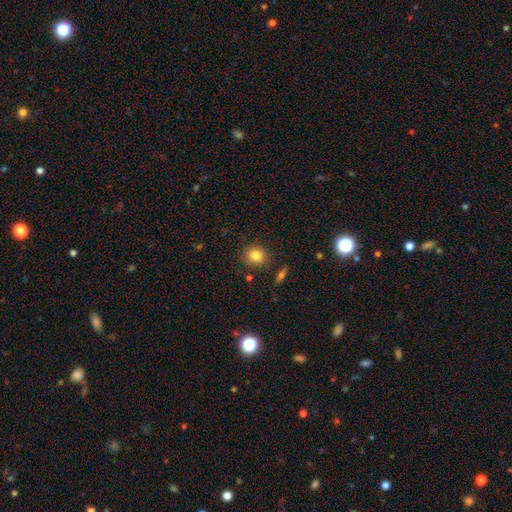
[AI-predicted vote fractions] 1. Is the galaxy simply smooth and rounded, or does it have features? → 82% smooth, 10% star or artifact, 8% featured or disk.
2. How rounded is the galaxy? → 81% round, 18% in between, 1% cigar-shaped.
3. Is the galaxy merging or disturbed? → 86% none, 9% minor disturbance, 2% merger, 2% major disturbance.